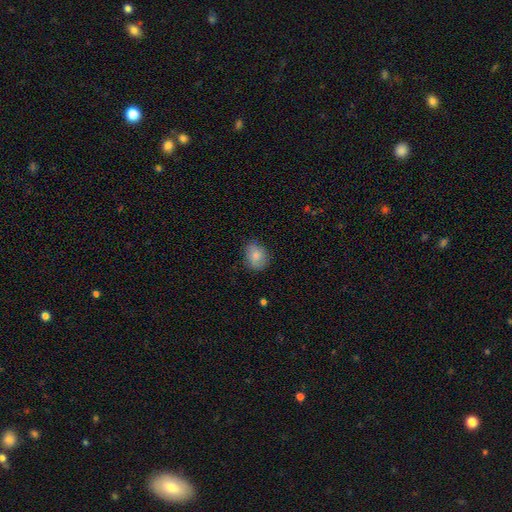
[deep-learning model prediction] Smooth or featured? Predicted: smooth (p=0.82). How rounded? Predicted: round (p=0.52). Merging? Predicted: none (p=0.80).